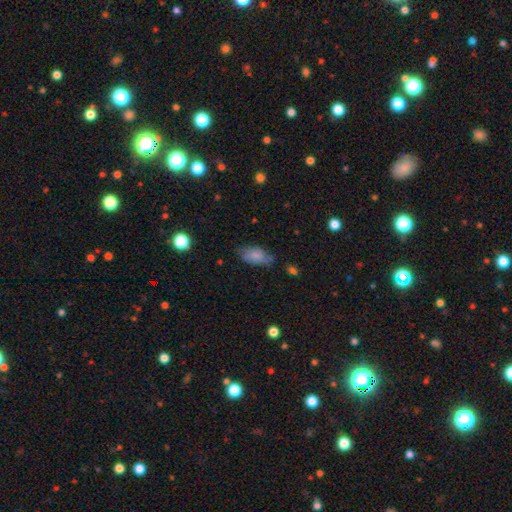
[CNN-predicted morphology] smooth_or_featured: smooth (p=0.76) [alt: featured or disk p=0.16]
how_rounded: in between (p=0.91) [alt: cigar-shaped p=0.05]
merging: none (p=0.59) [alt: minor disturbance p=0.31]